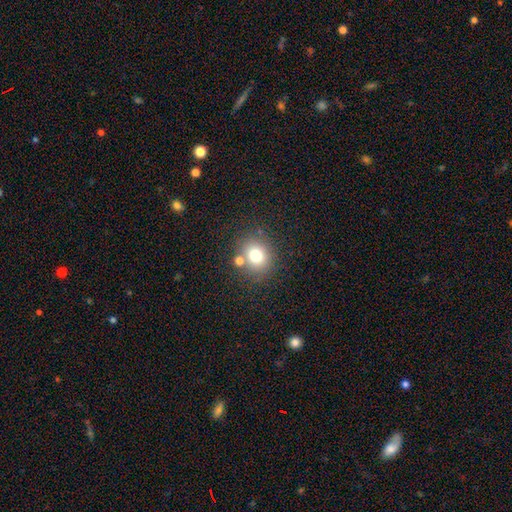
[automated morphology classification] This appears to be a smooth galaxy with no disk features (75%) that is round (81%). Merging: none (74%).